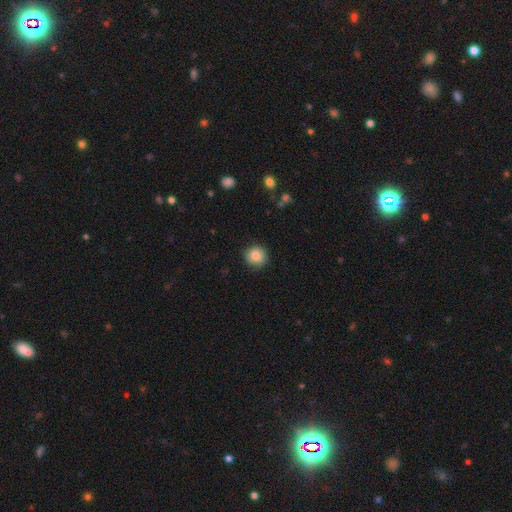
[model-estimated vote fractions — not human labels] A smooth galaxy with no disk features (85%) that is round (90%). Merging: none (85%).